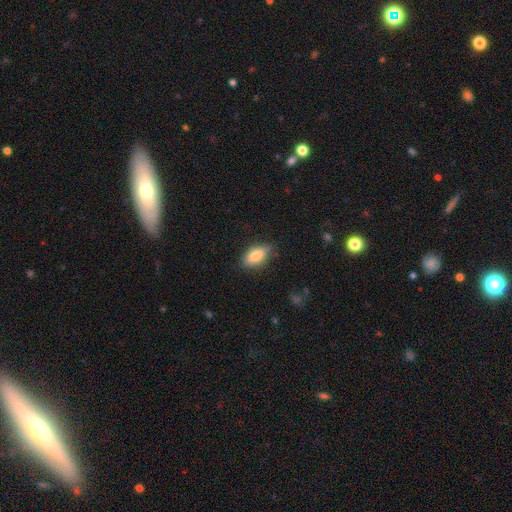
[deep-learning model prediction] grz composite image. It shows a smooth galaxy with no disk features (77%) that is in between round and cigar-shaped (84%). Merging: none (79%).